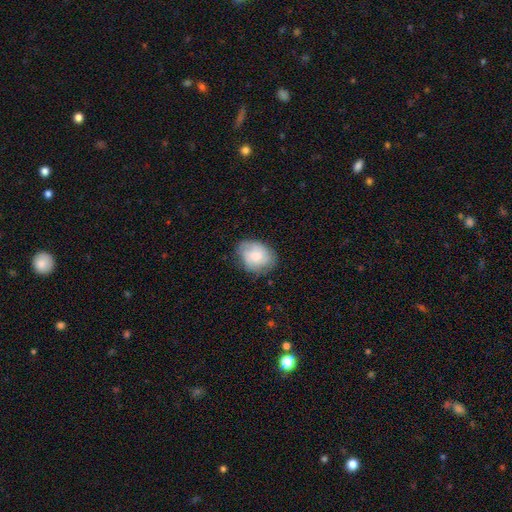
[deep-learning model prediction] smooth_or_featured: smooth (p=0.63) [alt: featured or disk p=0.30]
how_rounded: in between (p=0.58) [alt: round p=0.41]
merging: none (p=0.70) [alt: minor disturbance p=0.23]